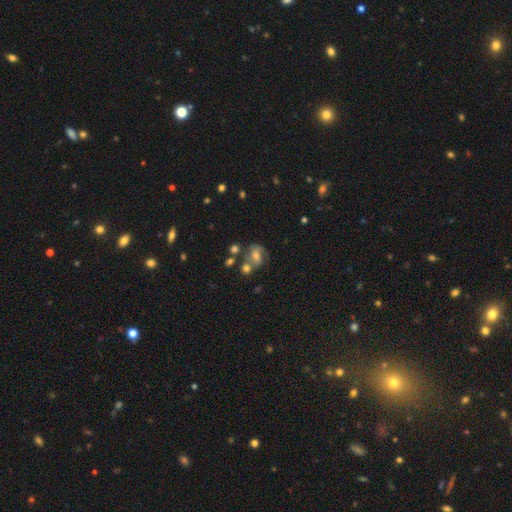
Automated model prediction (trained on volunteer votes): smooth_or_featured: featured or disk (p=0.44) [alt: smooth p=0.38]
merging: none (p=0.53) [alt: merger p=0.19]